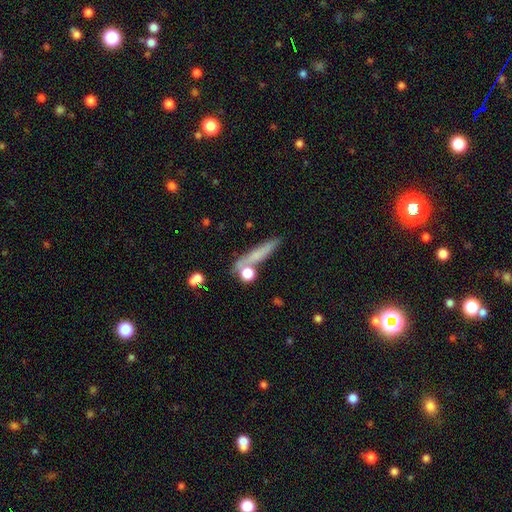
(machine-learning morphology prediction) type=smooth (63%); roundness=cigar-shaped (81%); merging=none (69%).